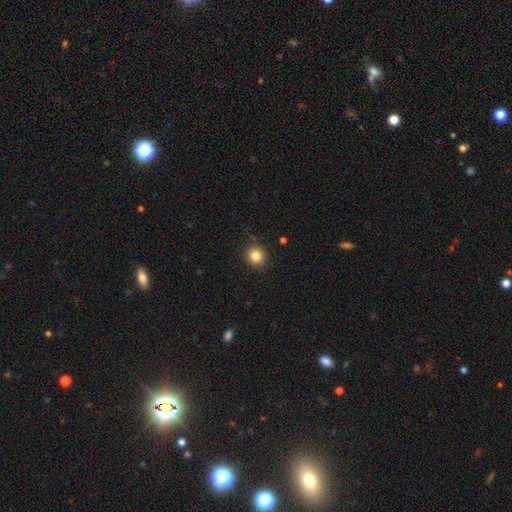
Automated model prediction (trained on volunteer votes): smooth_or_featured: smooth (p=0.85) [alt: star or artifact p=0.11]
how_rounded: round (p=0.90) [alt: in between p=0.09]
merging: none (p=0.89) [alt: minor disturbance p=0.07]